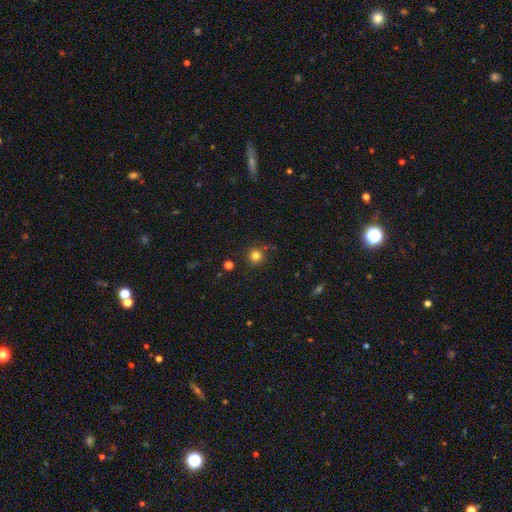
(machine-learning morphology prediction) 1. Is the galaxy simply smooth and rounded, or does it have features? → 81% smooth, 14% star or artifact, 5% featured or disk.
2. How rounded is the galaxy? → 95% round, 5% in between, 1% cigar-shaped.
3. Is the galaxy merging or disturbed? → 85% none, 8% minor disturbance, 4% merger, 3% major disturbance.